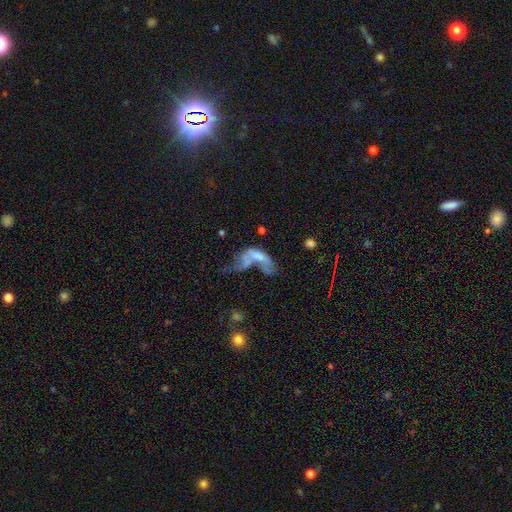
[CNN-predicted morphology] Overall: featured or disk (50%; smooth 35%). Merging: merger (49%; major disturbance 31%).